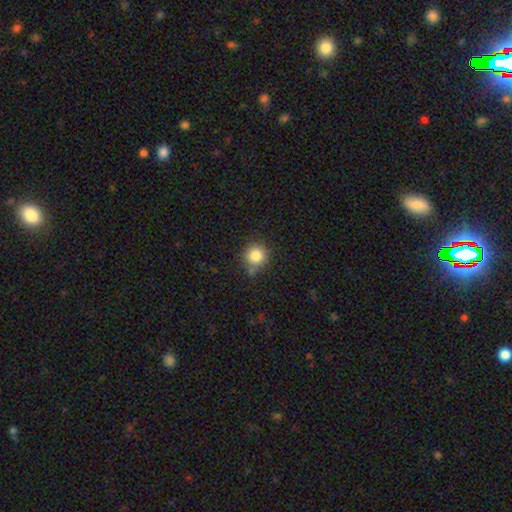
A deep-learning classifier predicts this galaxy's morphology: Smooth or featured?
  - smooth: 83% *
  - star or artifact: 11%
  - featured or disk: 6%
How rounded?
  - round: 90% *
  - in between: 9%
  - cigar-shaped: 1%
Merging?
  - none: 73% *
  - minor disturbance: 18%
  - merger: 6%
  - major disturbance: 4%